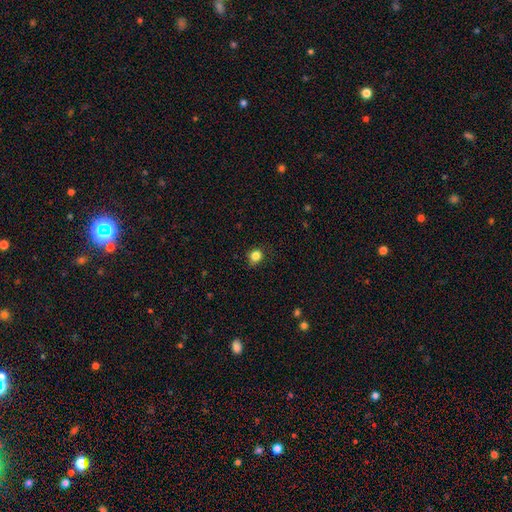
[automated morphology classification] A smooth galaxy with no disk features (83%) that is round (77%).

Vote fractions:
- Smooth or featured? smooth: 83% / star or artifact: 12% / featured or disk: 4%
- How rounded? round: 77% / in between: 22% / cigar-shaped: 1%
- Merging? none: 81% / minor disturbance: 15% / major disturbance: 3% / merger: 1%